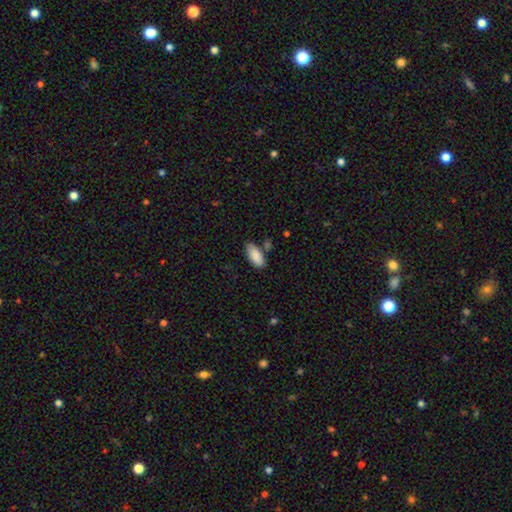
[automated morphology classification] smooth 88%, star or artifact 6%, featured or disk 5%. Down the decision tree: how rounded — in between (89%); merging — none (72%).